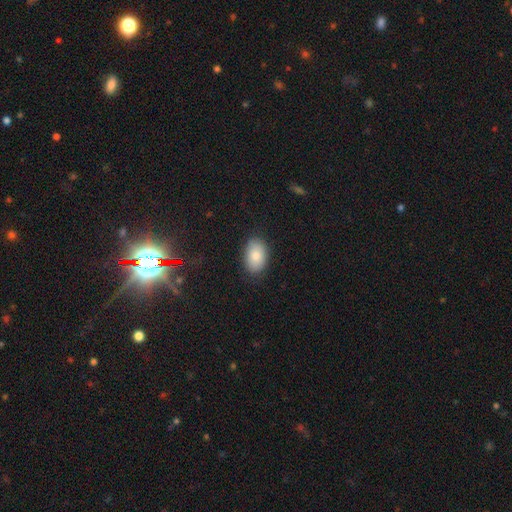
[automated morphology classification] Smooth or featured? Predicted: smooth (p=0.84). How rounded? Predicted: in between (p=0.88). Merging? Predicted: none (p=0.85).